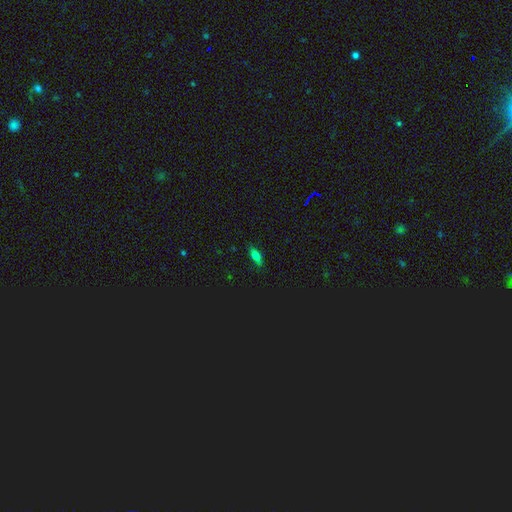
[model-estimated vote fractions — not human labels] Smooth or featured? Predicted: smooth (p=0.63). How rounded? Predicted: in between (p=0.66). Merging? Predicted: none (p=0.84).